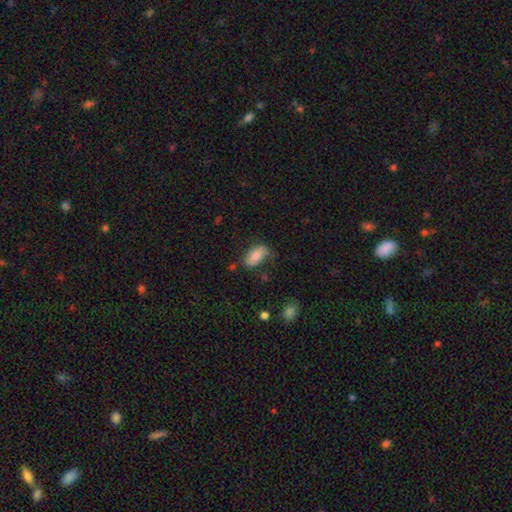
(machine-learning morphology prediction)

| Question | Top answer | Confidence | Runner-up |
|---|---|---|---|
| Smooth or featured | smooth | 75% | featured or disk (18%) |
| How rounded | in between | 89% | cigar-shaped (8%) |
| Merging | none | 67% | minor disturbance (24%) |